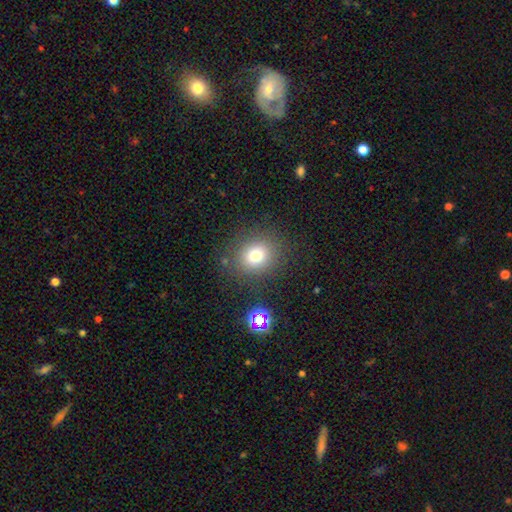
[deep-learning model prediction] A smooth galaxy with no disk features (75%) that is round (72%). Merging: none (83%).